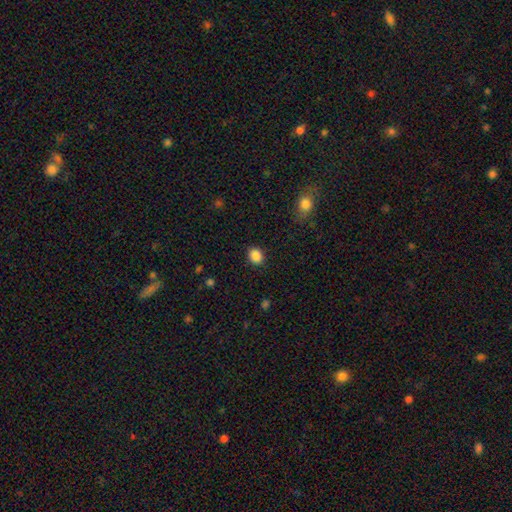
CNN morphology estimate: A smooth galaxy with no disk features (88%) that is round (52%).

Vote fractions:
- Smooth or featured? smooth: 88% / star or artifact: 9% / featured or disk: 3%
- How rounded? round: 52% / in between: 47% / cigar-shaped: 1%
- Merging? none: 88% / minor disturbance: 8% / major disturbance: 3% / merger: 1%